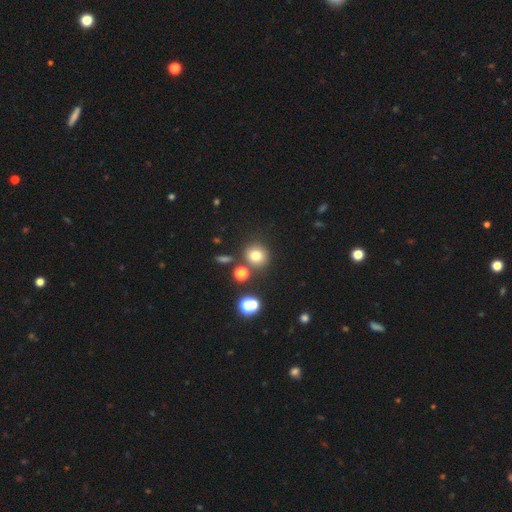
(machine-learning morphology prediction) Smooth or featured? Predicted: smooth (p=0.75). How rounded? Predicted: round (p=0.88). Merging? Predicted: none (p=0.79).